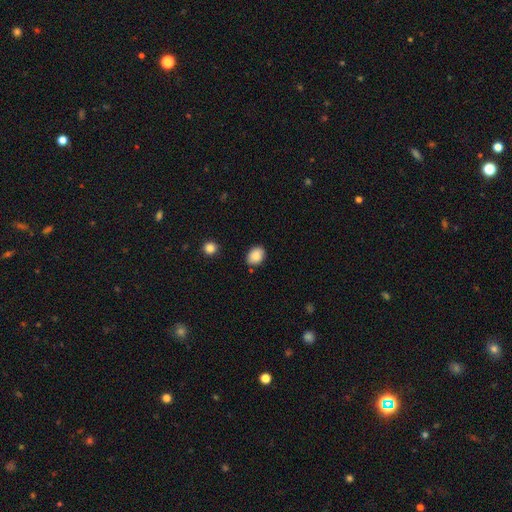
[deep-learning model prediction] Q: Smooth or featured?
A: smooth (86%); runner-up: star or artifact (8%)
Q: How rounded?
A: in between (64%); runner-up: round (35%)
Q: Merging?
A: none (82%); runner-up: minor disturbance (13%)